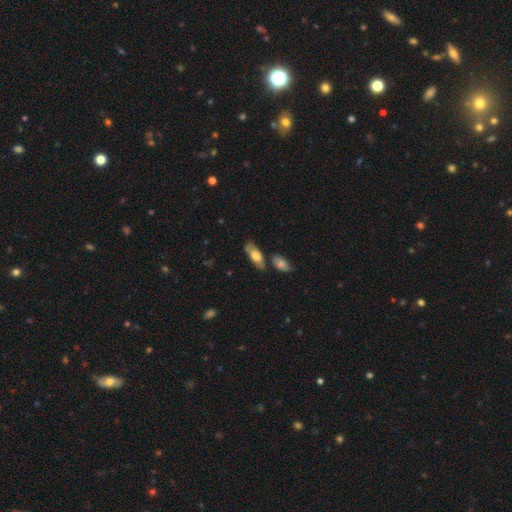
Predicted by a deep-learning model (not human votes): This is likely a smooth galaxy (63%). How rounded: likely in between (77%). Merging: likely none (63%).